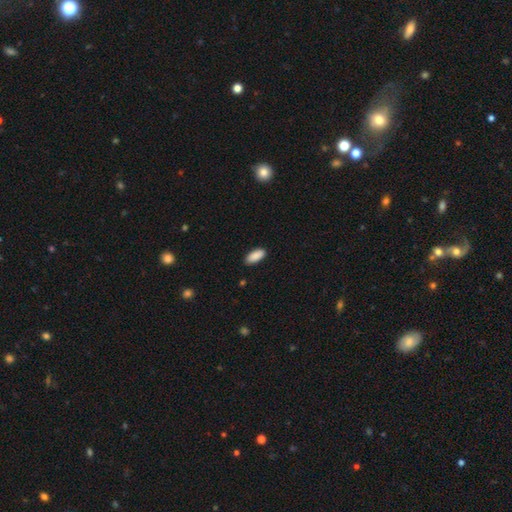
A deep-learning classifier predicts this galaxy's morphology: Smooth or featured?
  - smooth: 90% *
  - star or artifact: 6%
  - featured or disk: 4%
How rounded?
  - in between: 85% *
  - cigar-shaped: 13%
  - round: 2%
Merging?
  - none: 86% *
  - minor disturbance: 11%
  - major disturbance: 2%
  - merger: 1%